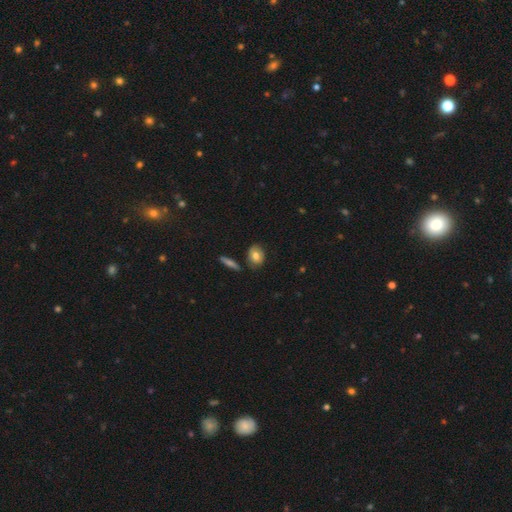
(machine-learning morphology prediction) smooth 77%, featured or disk 15%, star or artifact 8%. Down the decision tree: how rounded — in between (67%); merging — none (76%).